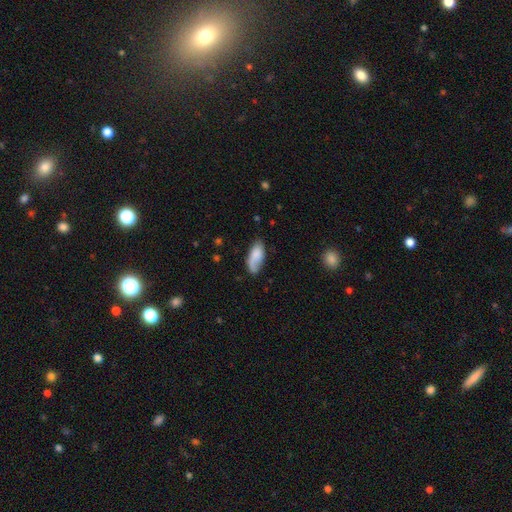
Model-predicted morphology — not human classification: smooth_or_featured: smooth (p=0.76) [alt: featured or disk p=0.18]
how_rounded: in between (p=0.86) [alt: cigar-shaped p=0.11]
merging: none (p=0.54) [alt: minor disturbance p=0.29]